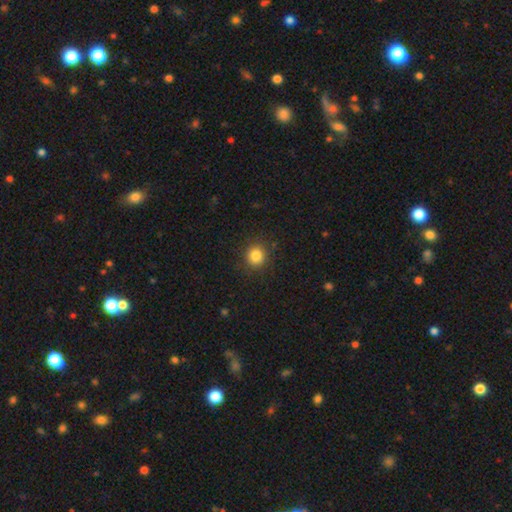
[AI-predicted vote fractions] A smooth galaxy with no disk features (84%) that is round (89%).

Vote fractions:
- Smooth or featured? smooth: 84% / star or artifact: 12% / featured or disk: 5%
- How rounded? round: 89% / in between: 10% / cigar-shaped: 1%
- Merging? none: 89% / minor disturbance: 7% / major disturbance: 2% / merger: 1%